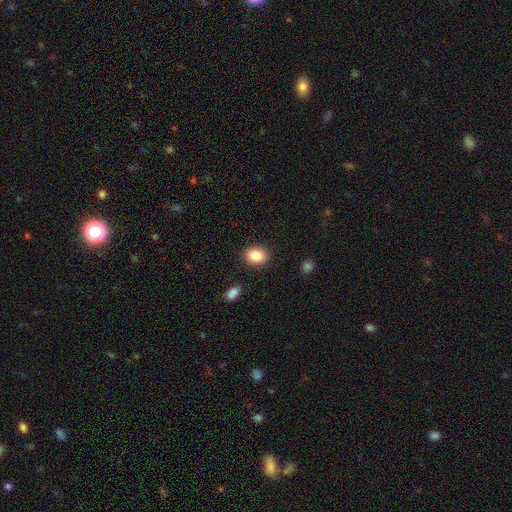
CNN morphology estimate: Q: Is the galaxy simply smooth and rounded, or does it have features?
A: smooth — 86%.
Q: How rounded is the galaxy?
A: in between — 62%.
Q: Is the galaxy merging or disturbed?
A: none — 88%.